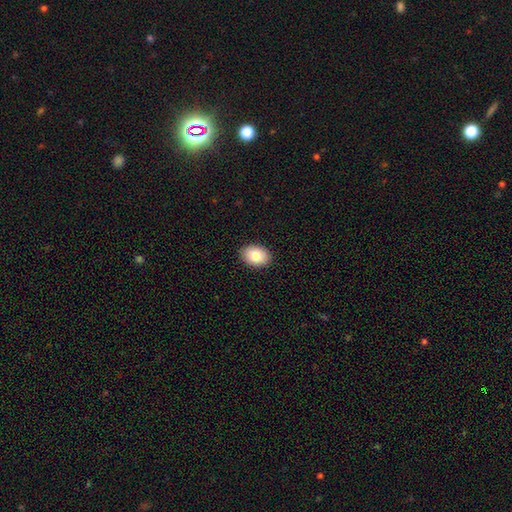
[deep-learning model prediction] Smooth or featured? Predicted: smooth (p=0.81). How rounded? Predicted: in between (p=0.76). Merging? Predicted: none (p=0.90).